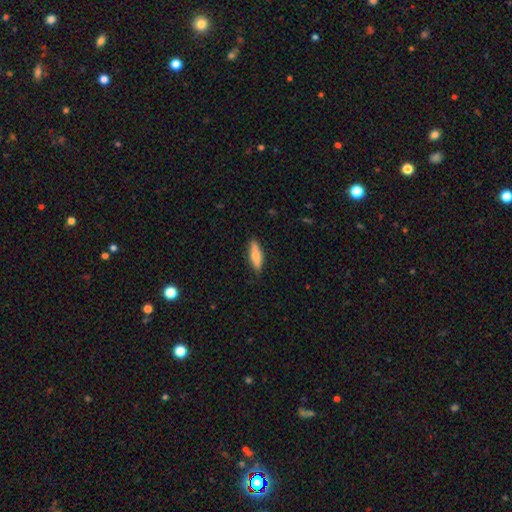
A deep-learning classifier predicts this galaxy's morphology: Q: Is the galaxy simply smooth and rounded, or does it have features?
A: smooth — 77%.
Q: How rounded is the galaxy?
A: cigar-shaped — 59%.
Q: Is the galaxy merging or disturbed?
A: none — 84%.